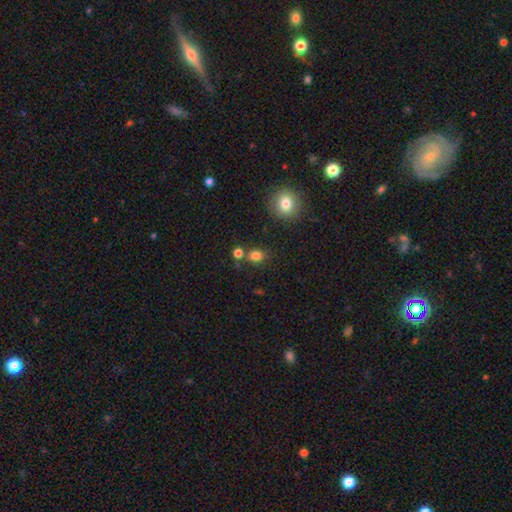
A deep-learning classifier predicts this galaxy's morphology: Overall: smooth (81%). How rounded: round (53%; in between 45%). Merging: none (70%).